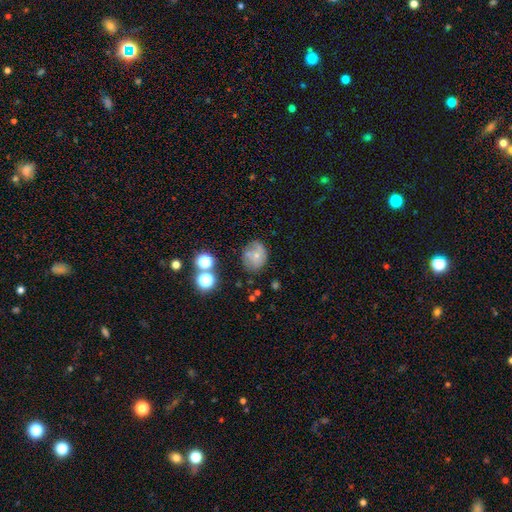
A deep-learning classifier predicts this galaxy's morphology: type=smooth (47%); merging=none (58%).